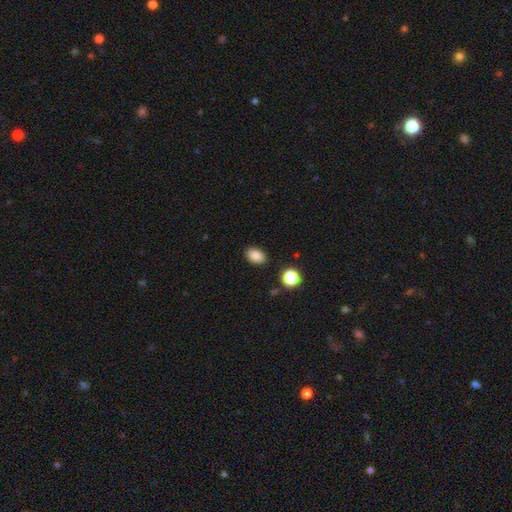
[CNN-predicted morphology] The model was most divided on "how rounded": in between: 84%, round: 15%, cigar-shaped: 1%. More confident: merging — none (87%); smooth or featured — smooth (86%).